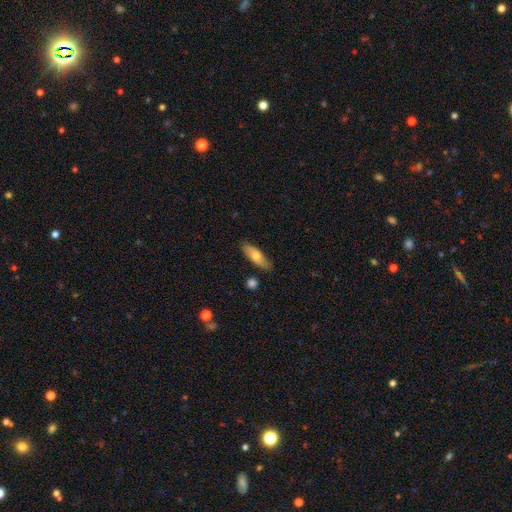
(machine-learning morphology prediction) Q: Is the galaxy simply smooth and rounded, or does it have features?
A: smooth — 65%.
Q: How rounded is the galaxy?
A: in between — 57%.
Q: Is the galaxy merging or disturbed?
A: none — 84%.